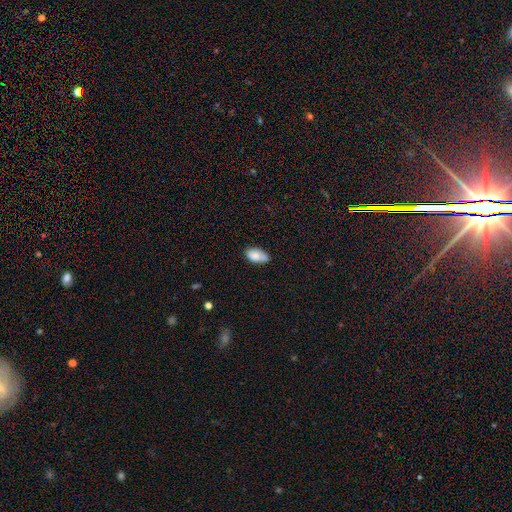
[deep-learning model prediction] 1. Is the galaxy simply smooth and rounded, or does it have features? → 84% smooth, 9% featured or disk, 7% star or artifact.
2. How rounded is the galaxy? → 94% in between, 4% round, 3% cigar-shaped.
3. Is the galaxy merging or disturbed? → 68% none, 26% minor disturbance, 4% major disturbance, 2% merger.